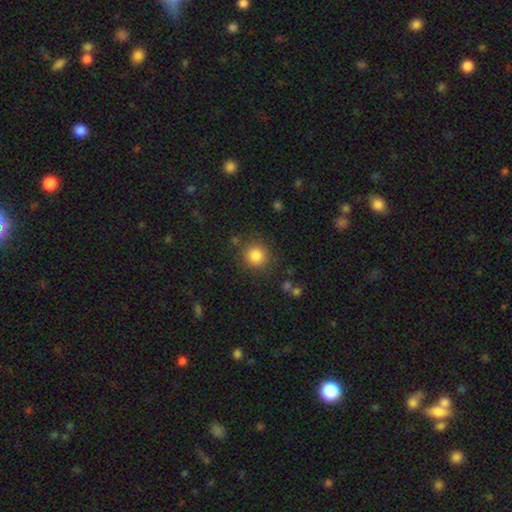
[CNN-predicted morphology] Smooth or featured: smooth — 85% (star or artifact — 10%)
How rounded: round — 90% (in between — 9%)
Merging: none — 84% (minor disturbance — 10%)